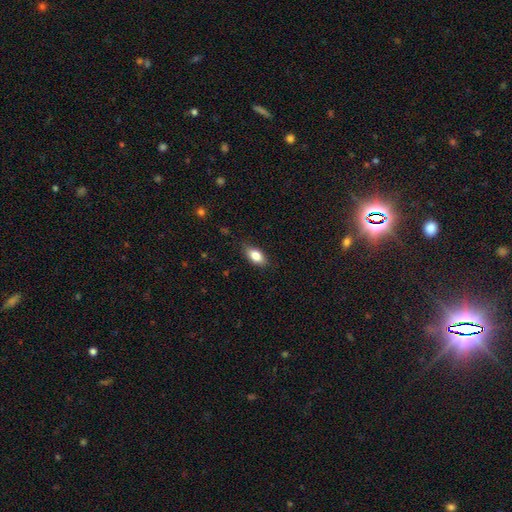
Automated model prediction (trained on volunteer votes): This is clearly a smooth galaxy (82%). How rounded: clearly in between (88%). Merging: clearly none (81%).